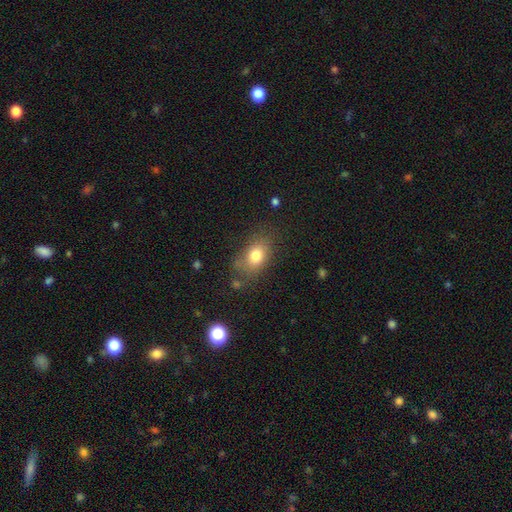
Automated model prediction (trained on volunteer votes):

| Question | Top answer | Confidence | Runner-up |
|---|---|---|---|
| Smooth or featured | smooth | 78% | featured or disk (12%) |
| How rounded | in between | 77% | round (20%) |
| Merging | none | 70% | minor disturbance (19%) |